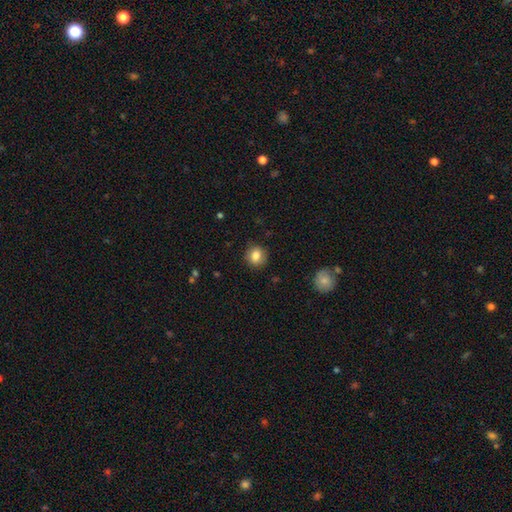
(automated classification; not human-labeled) This appears to be a smooth galaxy with no disk features (84%) that is round (83%). Merging: none (88%).